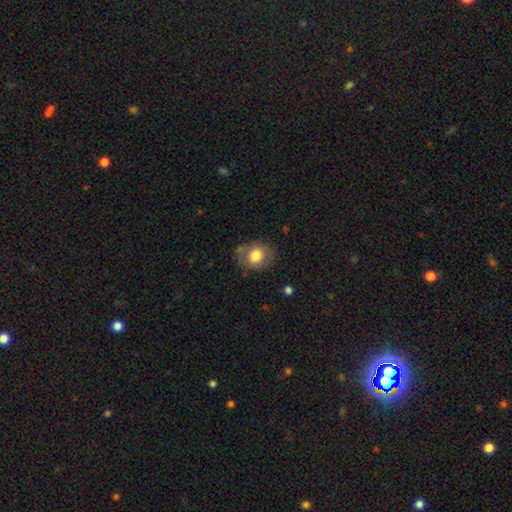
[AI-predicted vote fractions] This is likely a smooth galaxy (76%). How rounded: possibly round (56%). Merging: likely none (74%).